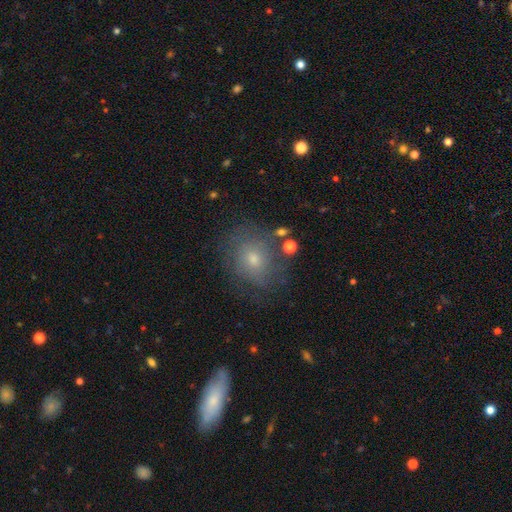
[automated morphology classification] smooth-or-featured: smooth: 45% | featured or disk: 32% | star or artifact: 22%
  merging: none: 78% | minor disturbance: 13% | major disturbance: 5% | merger: 4%